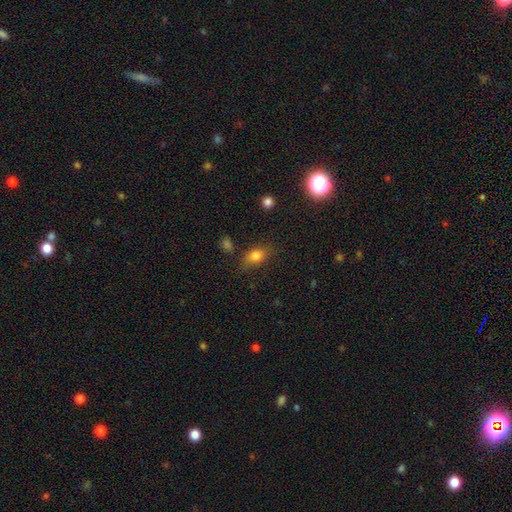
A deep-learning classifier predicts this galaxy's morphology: Smooth or featured? smooth (79%)
How rounded? in between (73%)
Merging? none (72%)